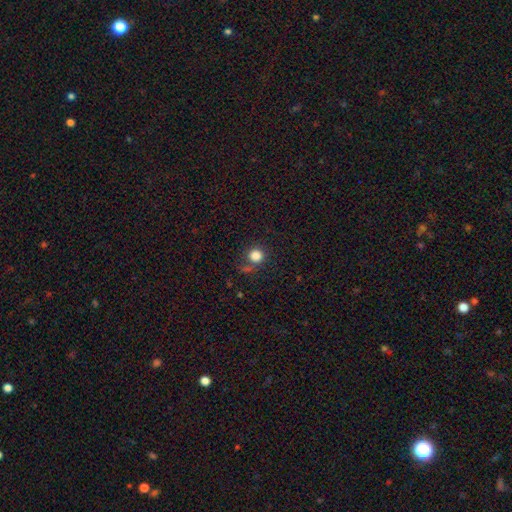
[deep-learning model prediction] smooth 83%, star or artifact 11%, featured or disk 5%. Down the decision tree: how rounded — round (91%); merging — none (69%).